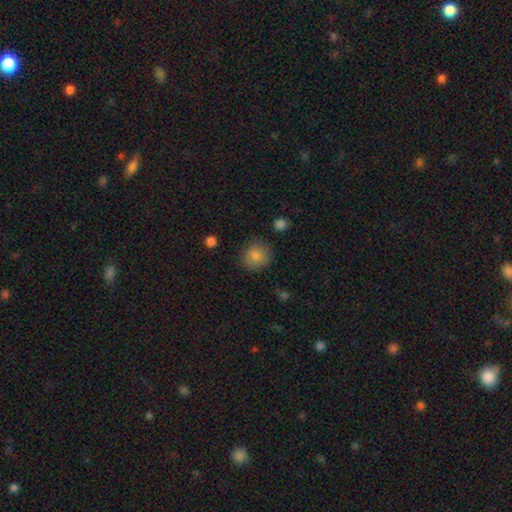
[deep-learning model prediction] Smooth or featured? smooth (84%)
How rounded? round (88%)
Merging? none (83%)